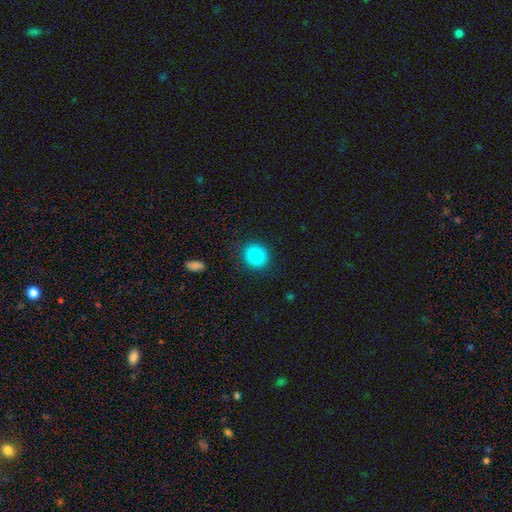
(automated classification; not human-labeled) smooth-or-featured: smooth: 87% | star or artifact: 9% | featured or disk: 4%
  how-rounded: round: 80% | in between: 19% | cigar-shaped: 1%
  merging: none: 88% | minor disturbance: 8% | major disturbance: 3% | merger: 1%